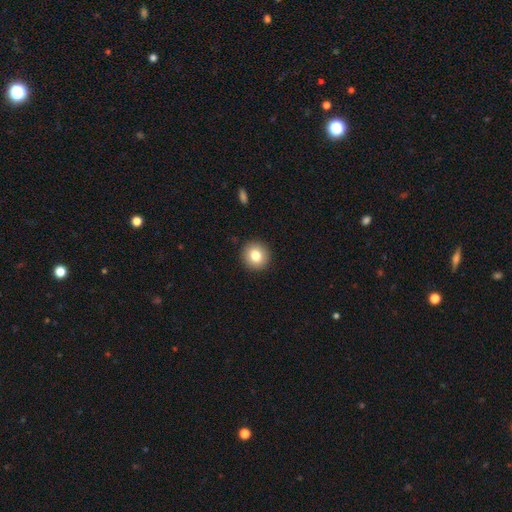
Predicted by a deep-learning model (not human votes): The model was most divided on "smooth or featured": smooth: 80%, featured or disk: 10%, star or artifact: 9%. More confident: merging — none (92%); how rounded — round (91%).